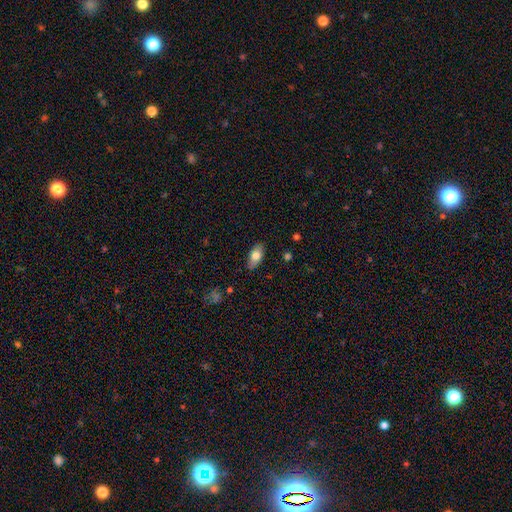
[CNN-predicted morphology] smooth 75%, featured or disk 18%, star or artifact 7%. Down the decision tree: how rounded — in between (87%); merging — none (83%).